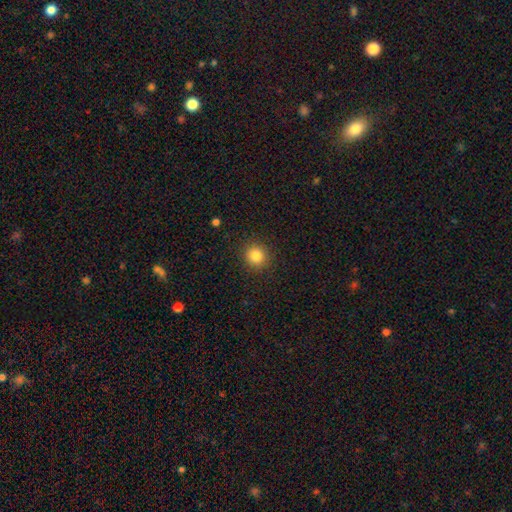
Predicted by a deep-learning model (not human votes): Overall: smooth (84%). How rounded: round (91%). Merging: none (91%).